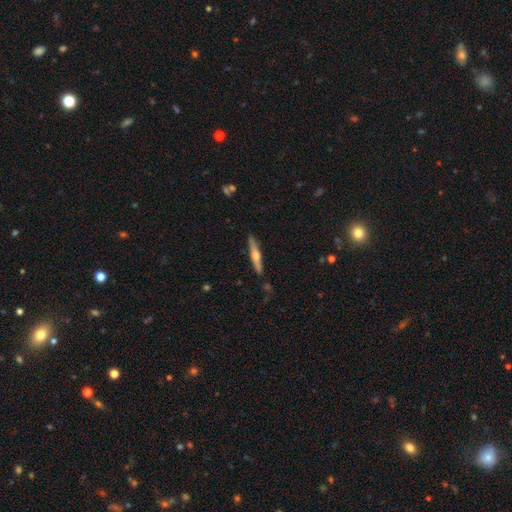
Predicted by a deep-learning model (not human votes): Smooth or featured? Predicted: featured or disk (p=0.55). Edge-on disk? Predicted: yes (p=0.96). Edge-on bulge? Predicted: rounded (p=0.88). Merging? Predicted: none (p=0.88).